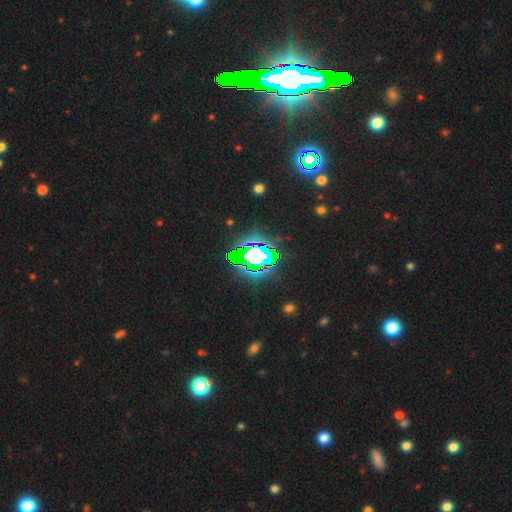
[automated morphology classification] Smooth or featured: star or artifact — 68% (smooth — 16%)